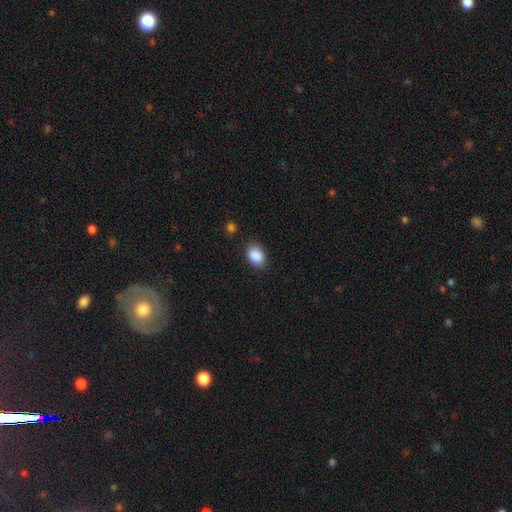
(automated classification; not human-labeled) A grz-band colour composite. It shows a smooth galaxy with no disk features (89%) that is in between round and cigar-shaped (74%). Merging: none (81%).